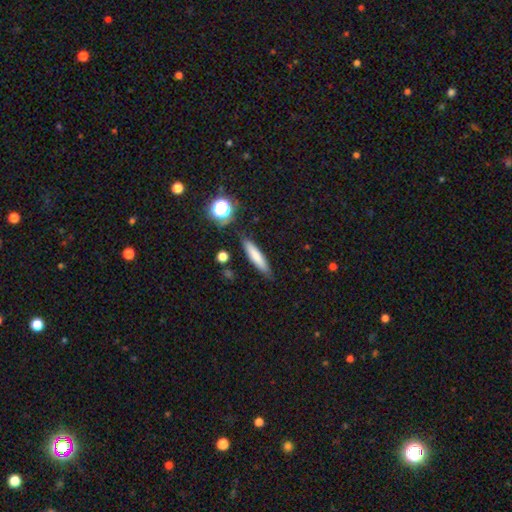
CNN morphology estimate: Smooth or featured? smooth (74%)
How rounded? cigar-shaped (84%)
Merging? none (84%)